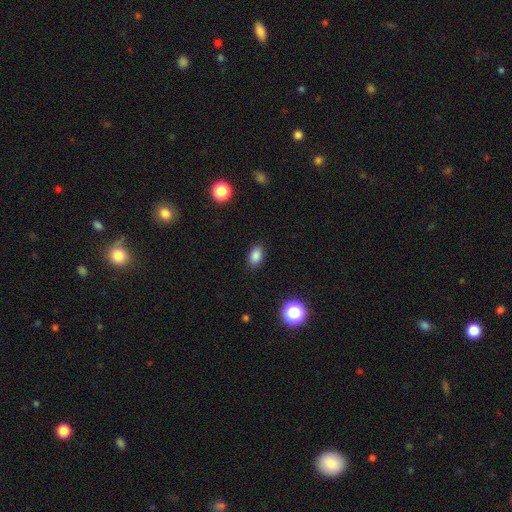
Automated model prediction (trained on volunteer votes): smooth_or_featured: smooth (p=0.85) [alt: star or artifact p=0.11]
how_rounded: in between (p=0.85) [alt: round p=0.14]
merging: none (p=0.88) [alt: minor disturbance p=0.09]